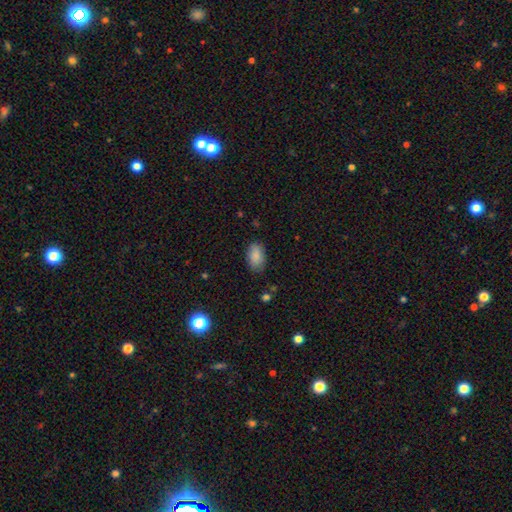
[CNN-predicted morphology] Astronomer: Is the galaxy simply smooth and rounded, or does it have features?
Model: smooth — 87%.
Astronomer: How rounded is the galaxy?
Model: in between — 93%.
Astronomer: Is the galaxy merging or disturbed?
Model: none — 78%.